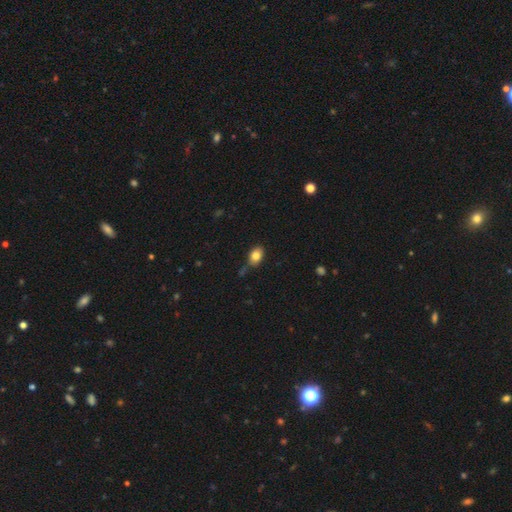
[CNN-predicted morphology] Q: Smooth or featured?
A: smooth (83%); runner-up: star or artifact (9%)
Q: How rounded?
A: in between (81%); runner-up: round (17%)
Q: Merging?
A: none (68%); runner-up: minor disturbance (21%)